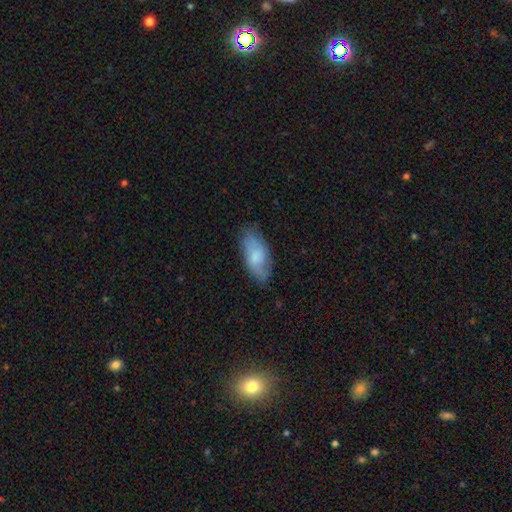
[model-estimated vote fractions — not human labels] Overall: smooth (60%; featured or disk 34%). How rounded: in between (90%). Merging: none (73%).